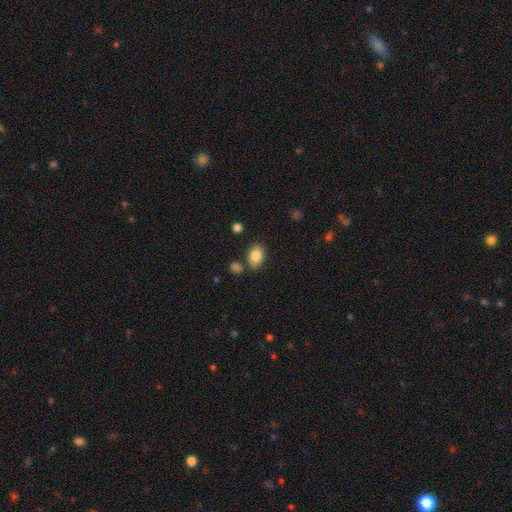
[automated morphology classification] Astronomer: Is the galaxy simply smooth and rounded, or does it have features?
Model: smooth — 84%.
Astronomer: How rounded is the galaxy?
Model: in between — 79%.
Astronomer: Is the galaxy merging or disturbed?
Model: none — 76%.